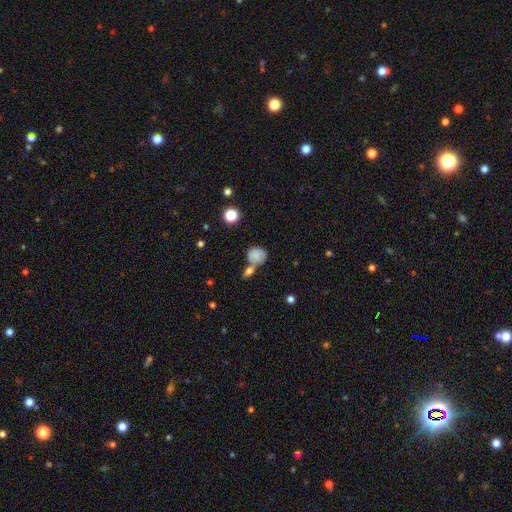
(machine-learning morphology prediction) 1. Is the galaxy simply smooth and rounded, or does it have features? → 78% smooth, 12% featured or disk, 10% star or artifact.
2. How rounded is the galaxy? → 60% round, 38% in between, 2% cigar-shaped.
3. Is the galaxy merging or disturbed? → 40% none, 38% merger, 15% minor disturbance, 7% major disturbance.